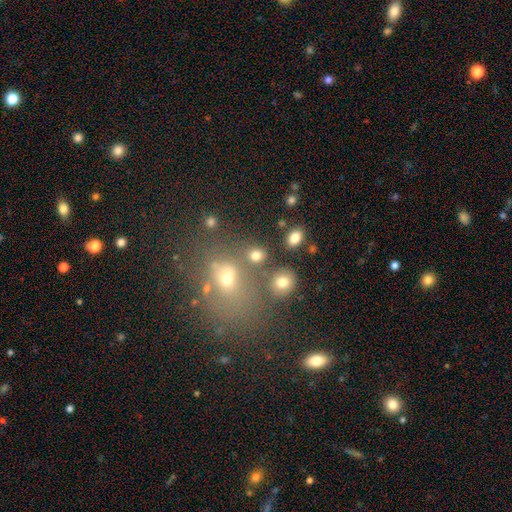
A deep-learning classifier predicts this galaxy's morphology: Smooth or featured?
  - smooth: 75% *
  - star or artifact: 16%
  - featured or disk: 9%
How rounded?
  - round: 59% *
  - in between: 39%
  - cigar-shaped: 2%
Merging?
  - none: 70% *
  - merger: 15%
  - minor disturbance: 9%
  - major disturbance: 6%